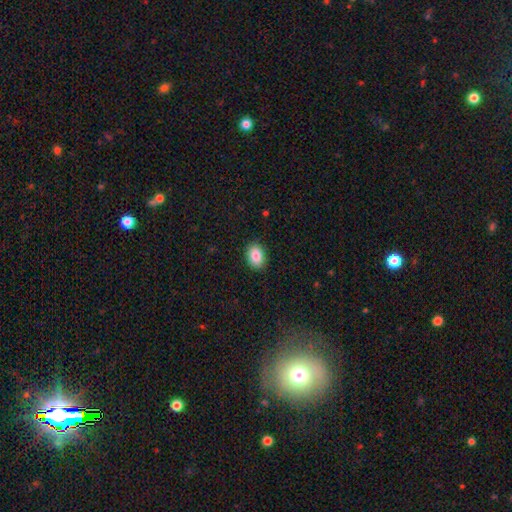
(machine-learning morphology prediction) A smooth galaxy with no disk features (87%) that is in between round and cigar-shaped (78%).

Vote fractions:
- Smooth or featured? smooth: 87% / star or artifact: 8% / featured or disk: 5%
- How rounded? in between: 78% / round: 20% / cigar-shaped: 1%
- Merging? none: 90% / minor disturbance: 7% / major disturbance: 2% / merger: 1%